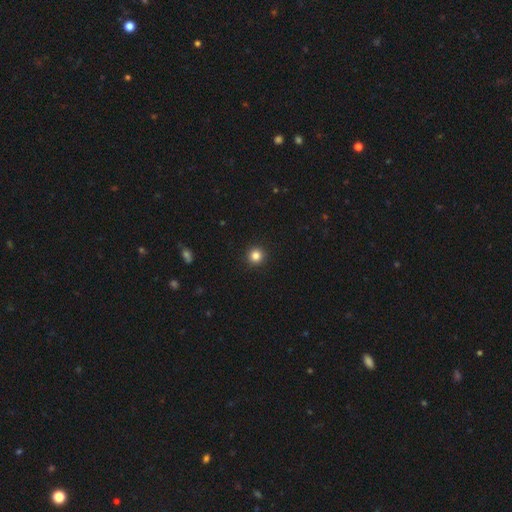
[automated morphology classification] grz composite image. It shows a smooth galaxy with no disk features (84%) that is round (95%). Merging: none (93%).